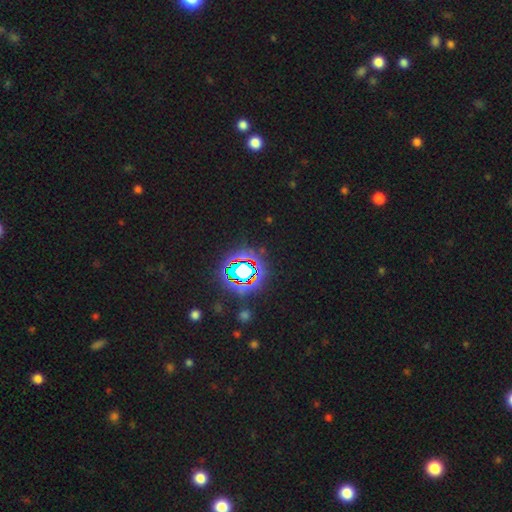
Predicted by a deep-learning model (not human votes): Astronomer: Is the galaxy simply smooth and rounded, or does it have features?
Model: star or artifact — 83%.